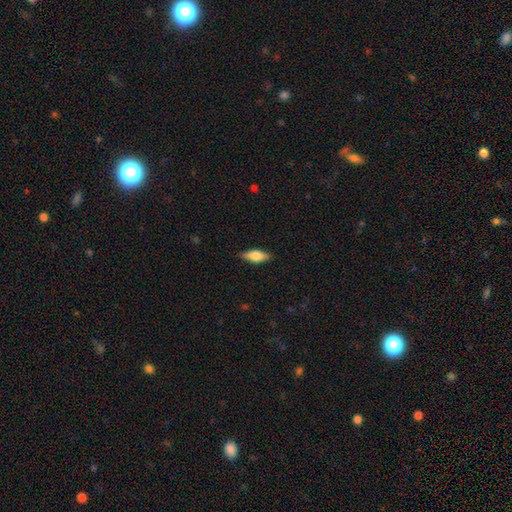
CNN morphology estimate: Smooth or featured?
  - smooth: 65% *
  - featured or disk: 28%
  - star or artifact: 7%
How rounded?
  - in between: 71% *
  - cigar-shaped: 25%
  - round: 3%
Merging?
  - none: 85% *
  - minor disturbance: 11%
  - major disturbance: 2%
  - merger: 1%